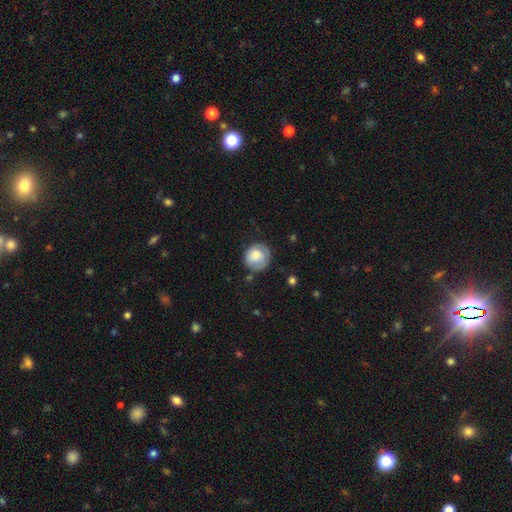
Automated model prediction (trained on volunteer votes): Overall: smooth (68%). How rounded: round (83%). Merging: none (62%; minor disturbance 25%).